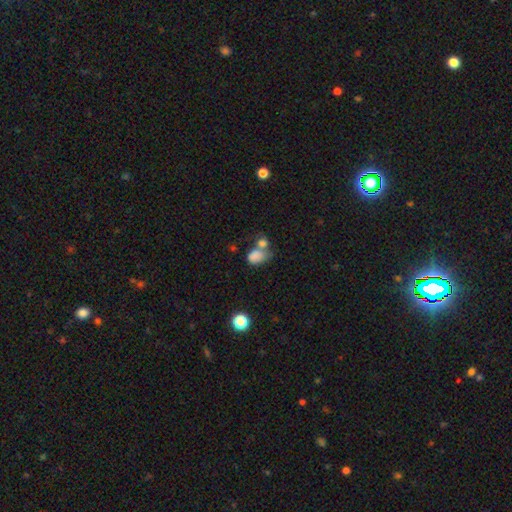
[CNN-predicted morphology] Q: Smooth or featured?
A: smooth (79%); runner-up: featured or disk (11%)
Q: How rounded?
A: in between (74%); runner-up: round (25%)
Q: Merging?
A: merger (49%); runner-up: none (24%)